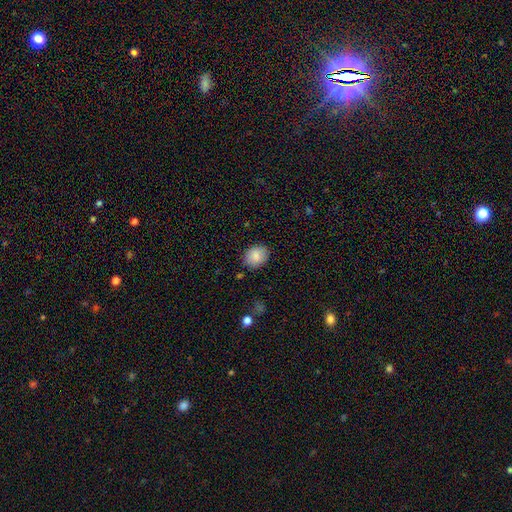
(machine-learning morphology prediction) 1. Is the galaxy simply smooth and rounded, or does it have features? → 85% smooth, 8% star or artifact, 7% featured or disk.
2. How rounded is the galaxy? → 57% in between, 42% round, 1% cigar-shaped.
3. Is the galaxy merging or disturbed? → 84% none, 11% minor disturbance, 3% major disturbance, 2% merger.